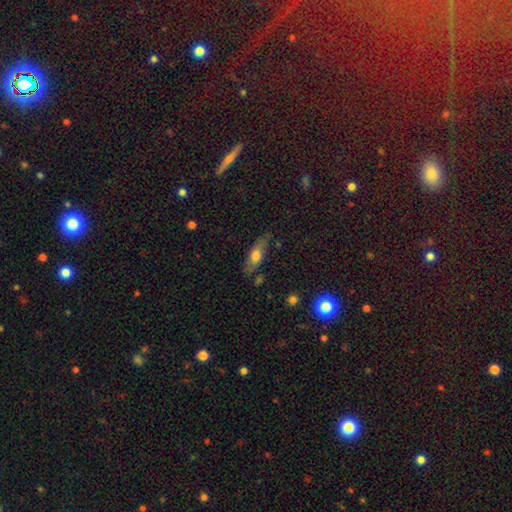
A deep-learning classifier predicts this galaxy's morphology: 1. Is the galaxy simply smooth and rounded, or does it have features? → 63% smooth, 30% featured or disk, 7% star or artifact.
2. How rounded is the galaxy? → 64% in between, 33% cigar-shaped, 3% round.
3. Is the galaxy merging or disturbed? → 71% none, 21% minor disturbance, 5% major disturbance, 3% merger.